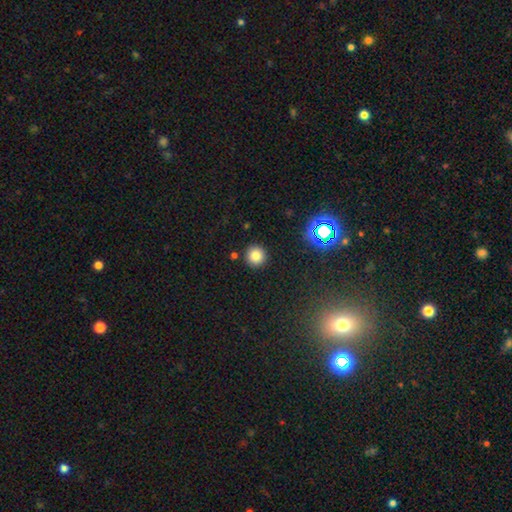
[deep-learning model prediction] Smooth or featured? smooth (80%)
How rounded? round (95%)
Merging? none (89%)